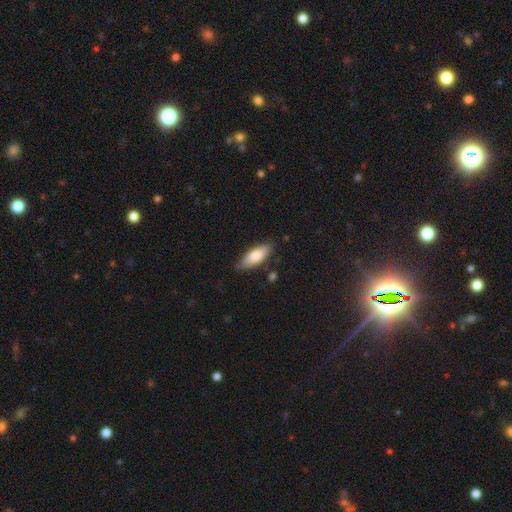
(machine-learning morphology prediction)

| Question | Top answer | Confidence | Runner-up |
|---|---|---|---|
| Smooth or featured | smooth | 79% | featured or disk (15%) |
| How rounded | in between | 74% | cigar-shaped (24%) |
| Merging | none | 79% | minor disturbance (16%) |